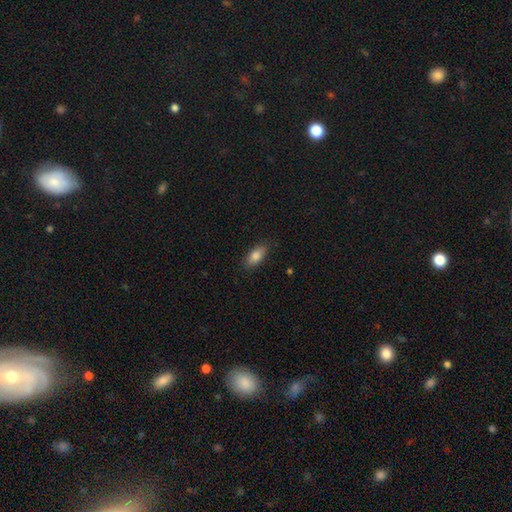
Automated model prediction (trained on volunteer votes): The model was most divided on "merging": none: 84%, minor disturbance: 12%, major disturbance: 3%, merger: 1%. More confident: how rounded — in between (87%); smooth or featured — smooth (84%).